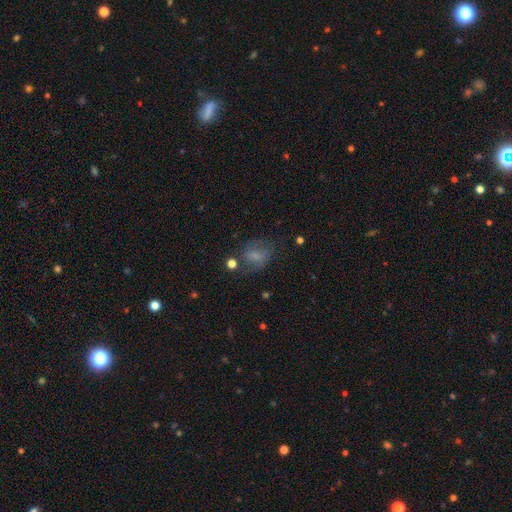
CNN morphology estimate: Overall: smooth (56%; featured or disk 30%). How rounded: in between (54%; round 45%). Merging: none (53%; minor disturbance 23%).